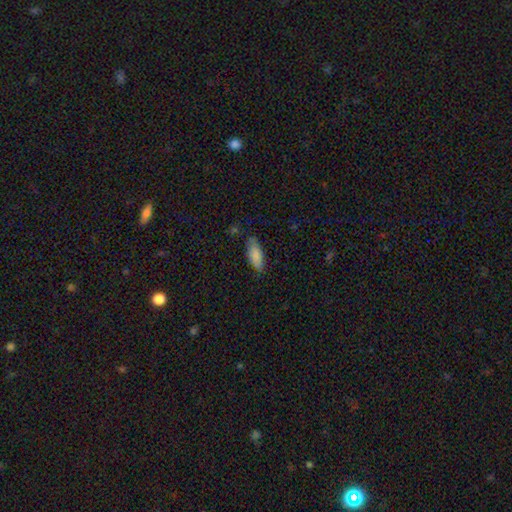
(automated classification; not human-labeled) A smooth galaxy with no disk features (84%) that is in between round and cigar-shaped (81%).

Vote fractions:
- Smooth or featured? smooth: 84% / featured or disk: 9% / star or artifact: 7%
- How rounded? in between: 81% / cigar-shaped: 17% / round: 2%
- Merging? none: 72% / minor disturbance: 22% / major disturbance: 4% / merger: 2%